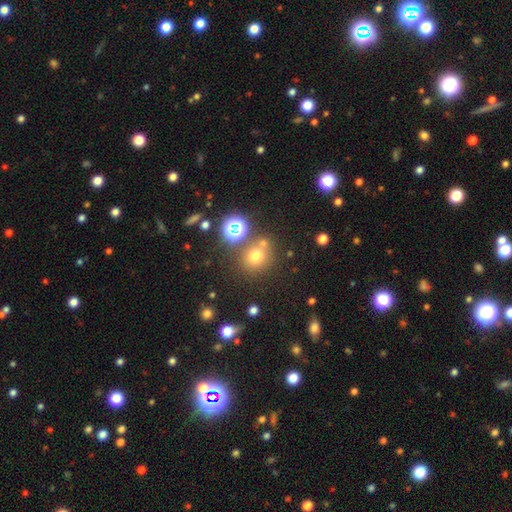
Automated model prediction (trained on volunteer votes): A smooth galaxy with no disk features (65%) that is round (85%).

Vote fractions:
- Smooth or featured? smooth: 65% / star or artifact: 25% / featured or disk: 10%
- How rounded? round: 85% / in between: 14% / cigar-shaped: 1%
- Merging? none: 70% / merger: 16% / minor disturbance: 10% / major disturbance: 4%